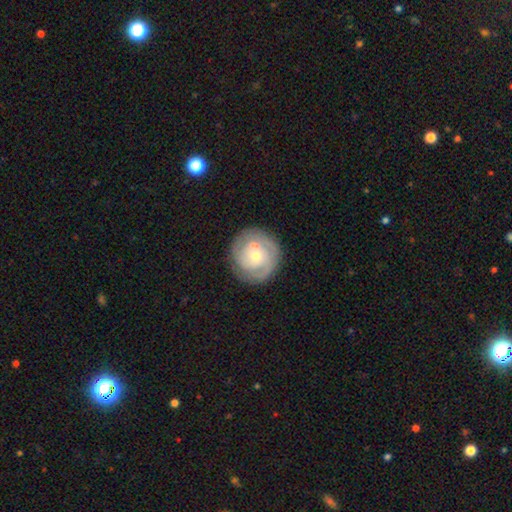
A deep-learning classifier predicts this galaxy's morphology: Overall: featured or disk (69%). Edge-on disk: no (98%). Bar: no (80%). Spiral arms: yes (79%). Spiral arm count: can't tell (34%; 2 32%). Spiral winding: tight (70%). Bulge size: small (50%; moderate 45%). Merging: none (76%).